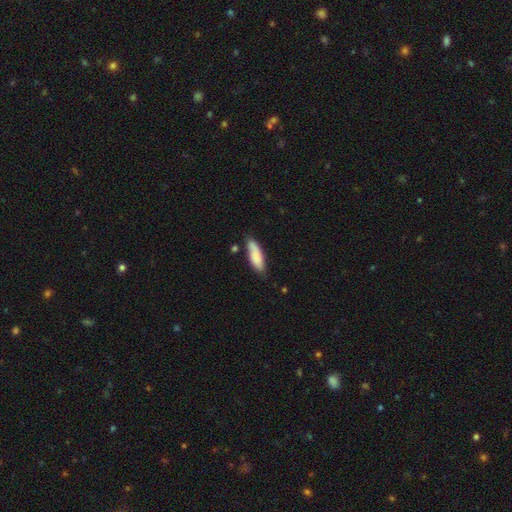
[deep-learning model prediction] A smooth galaxy with no disk features (81%) that is in between round and cigar-shaped (58%). Merging: none (65%).